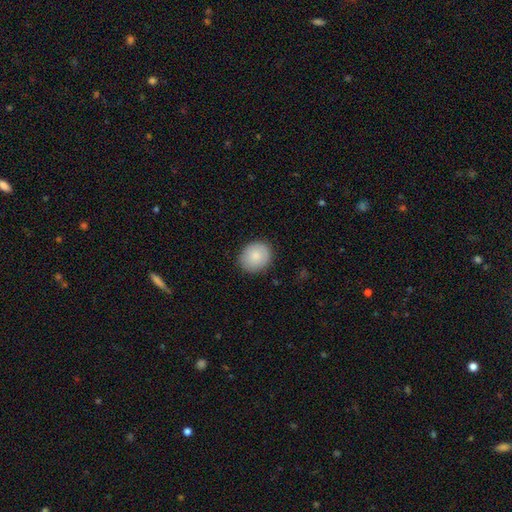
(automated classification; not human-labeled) Smooth or featured? smooth (86%)
How rounded? round (70%)
Merging? none (87%)